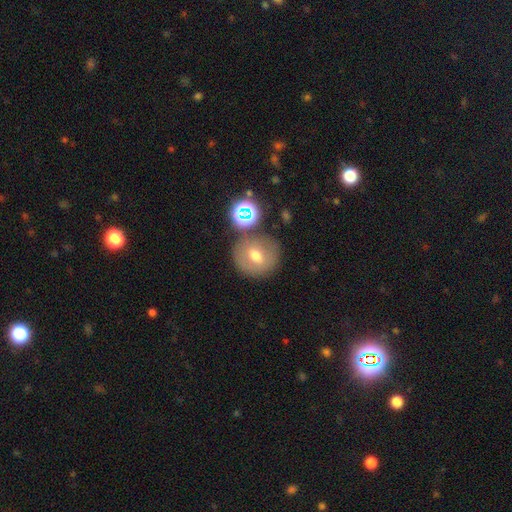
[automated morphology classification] Smooth or featured?
  - smooth: 61% *
  - featured or disk: 25%
  - star or artifact: 14%
How rounded?
  - round: 86% *
  - in between: 13%
  - cigar-shaped: 1%
Merging?
  - none: 72% *
  - minor disturbance: 12%
  - merger: 11%
  - major disturbance: 5%